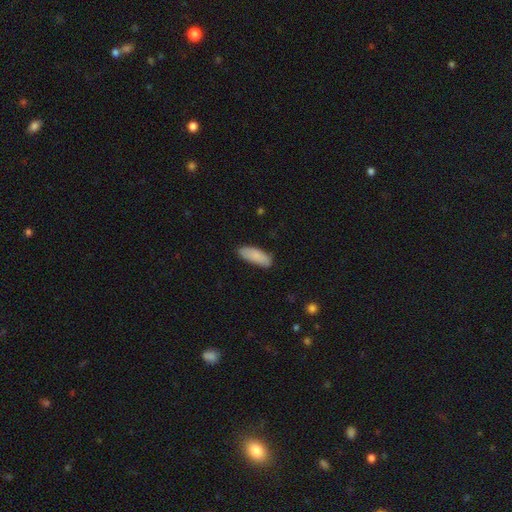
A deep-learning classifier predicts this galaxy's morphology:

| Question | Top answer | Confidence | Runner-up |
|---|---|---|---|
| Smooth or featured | smooth | 88% | featured or disk (6%) |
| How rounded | in between | 73% | cigar-shaped (26%) |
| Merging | none | 82% | minor disturbance (15%) |